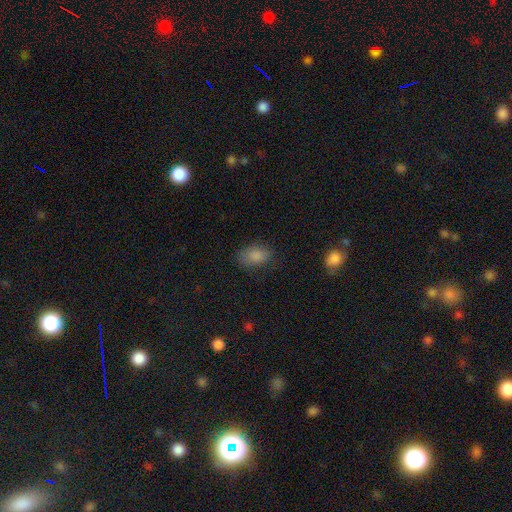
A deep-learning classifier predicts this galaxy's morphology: smooth-or-featured: smooth: 84% | star or artifact: 10% | featured or disk: 6%
  how-rounded: in between: 85% | round: 13% | cigar-shaped: 2%
  merging: none: 74% | minor disturbance: 19% | major disturbance: 6% | merger: 1%